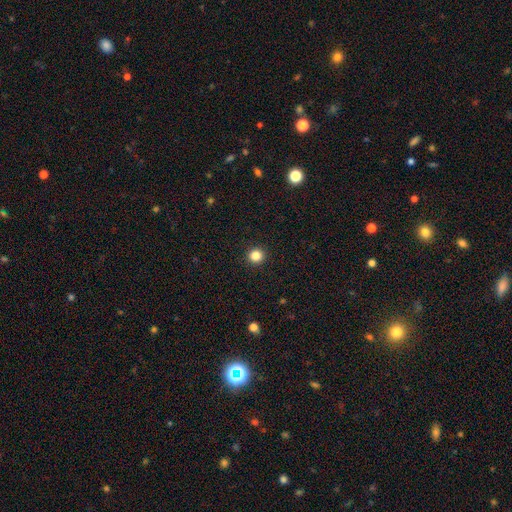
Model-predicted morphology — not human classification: Q: Smooth or featured?
A: smooth (84%); runner-up: star or artifact (12%)
Q: How rounded?
A: round (93%); runner-up: in between (6%)
Q: Merging?
A: none (93%); runner-up: minor disturbance (4%)